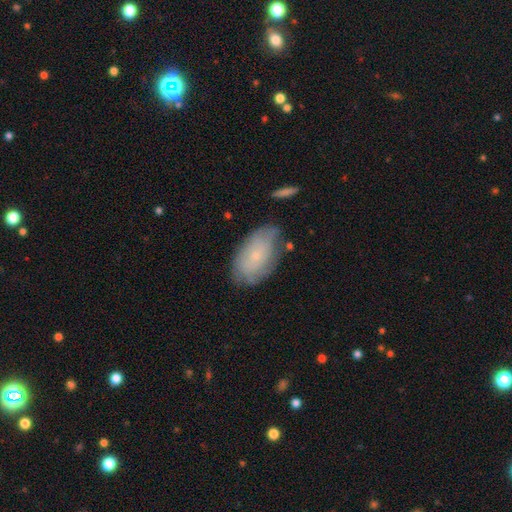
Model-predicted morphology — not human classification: Smooth or featured?
  - smooth: 52% *
  - featured or disk: 40%
  - star or artifact: 8%
How rounded?
  - in between: 93% *
  - round: 5%
  - cigar-shaped: 2%
Merging?
  - none: 68% *
  - minor disturbance: 23%
  - major disturbance: 6%
  - merger: 3%